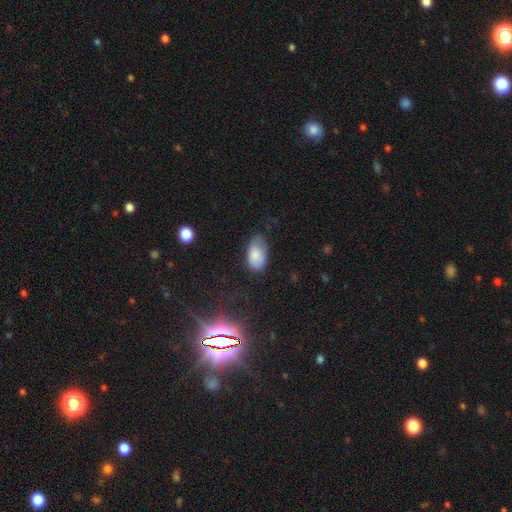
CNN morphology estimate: type=smooth (82%); roundness=in between (94%); merging=none (56%).